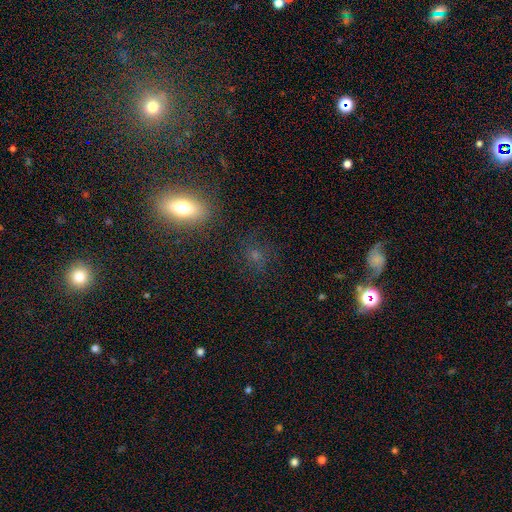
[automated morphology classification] type=smooth (54%); roundness=round (64%); merging=none (78%).